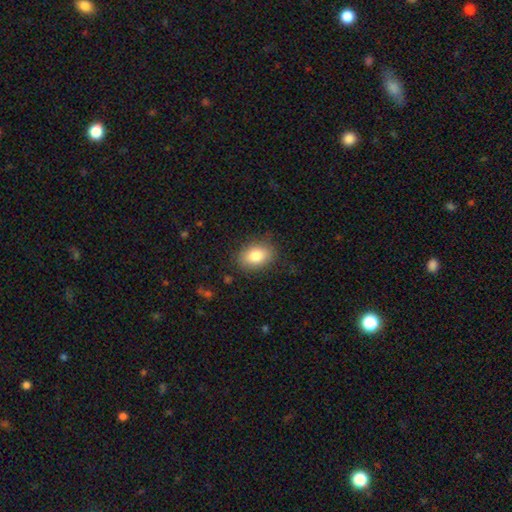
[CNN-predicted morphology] smooth_or_featured: smooth (p=0.84) [alt: featured or disk p=0.09]
how_rounded: in between (p=0.81) [alt: round p=0.18]
merging: none (p=0.83) [alt: minor disturbance p=0.12]